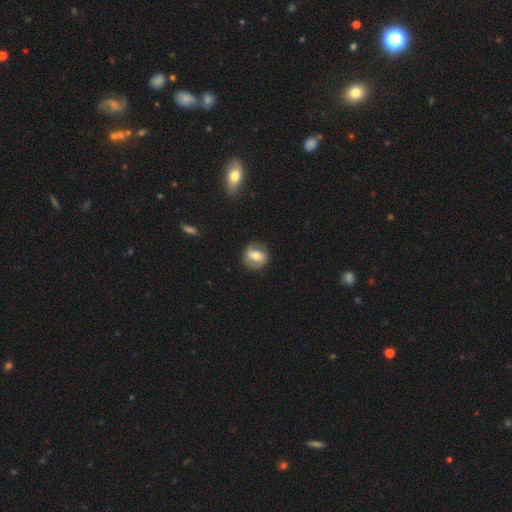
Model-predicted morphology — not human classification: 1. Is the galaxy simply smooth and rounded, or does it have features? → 49% smooth, 43% featured or disk, 8% star or artifact.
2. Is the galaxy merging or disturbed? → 77% none, 16% minor disturbance, 5% major disturbance, 1% merger.